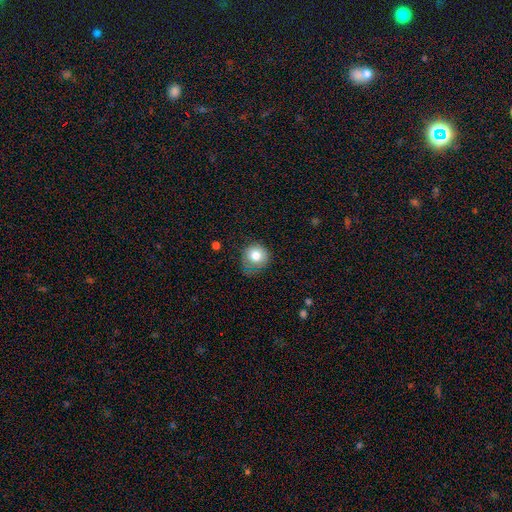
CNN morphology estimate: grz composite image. It shows a smooth galaxy with no disk features (79%) that is round (86%). Merging: none (57%).